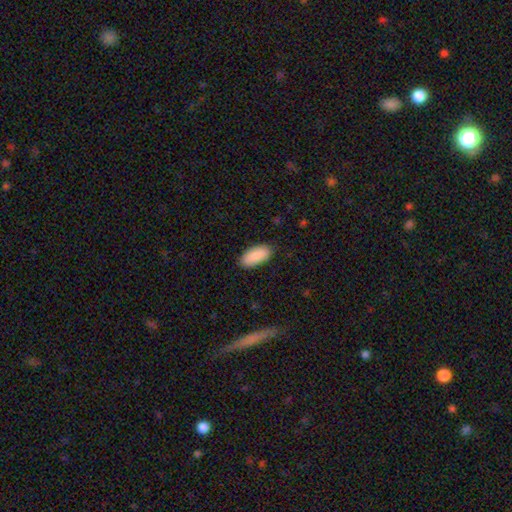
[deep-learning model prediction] A smooth galaxy with no disk features (90%) that is in between round and cigar-shaped (92%). Merging: none (87%).